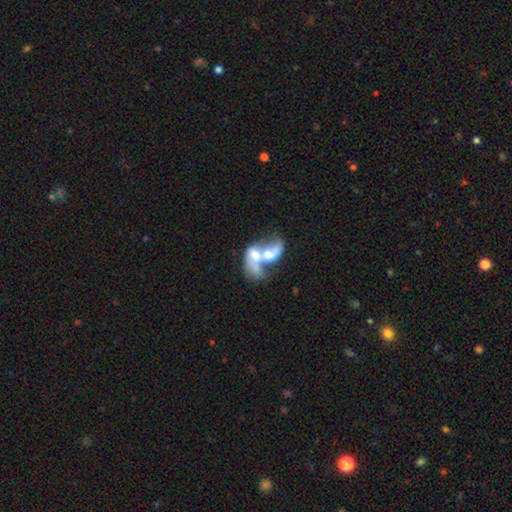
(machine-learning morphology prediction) Q: Smooth or featured?
A: featured or disk (53%); runner-up: smooth (39%)
Q: Edge-on disk?
A: no (96%); runner-up: yes (4%)
Q: Bar?
A: no (73%); runner-up: weak (21%)
Q: Spiral arms?
A: no (57%); runner-up: yes (43%)
Q: Bulge size?
A: moderate (48%); runner-up: large (21%)
Q: Merging?
A: merger (82%); runner-up: major disturbance (9%)